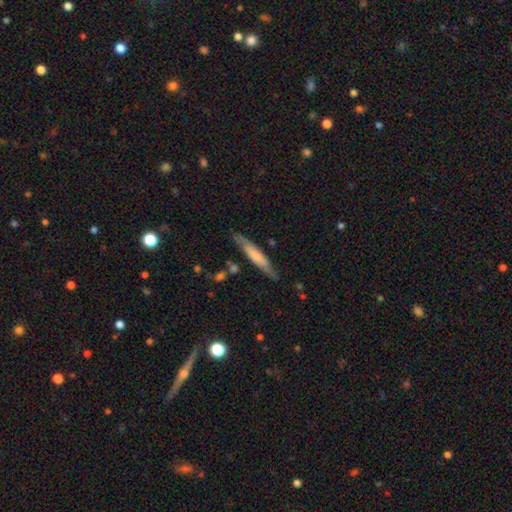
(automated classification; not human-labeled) Smooth or featured? smooth (57%)
How rounded? cigar-shaped (88%)
Merging? none (79%)